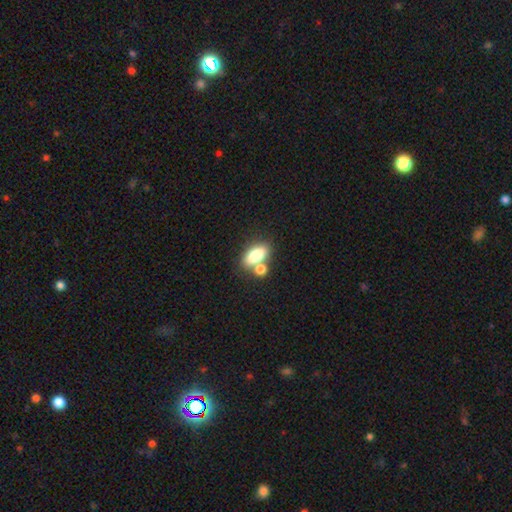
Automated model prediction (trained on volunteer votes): A smooth galaxy with no disk features (78%) that is in between round and cigar-shaped (83%). Merging: none (50%).